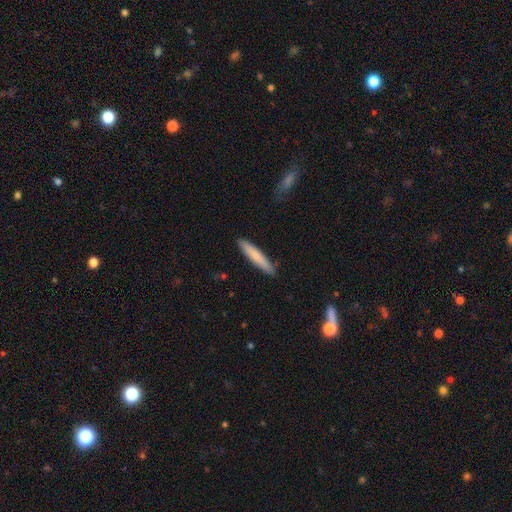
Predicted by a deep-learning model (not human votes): Q: Smooth or featured?
A: smooth (73%); runner-up: featured or disk (21%)
Q: How rounded?
A: cigar-shaped (92%); runner-up: in between (7%)
Q: Merging?
A: none (88%); runner-up: minor disturbance (9%)